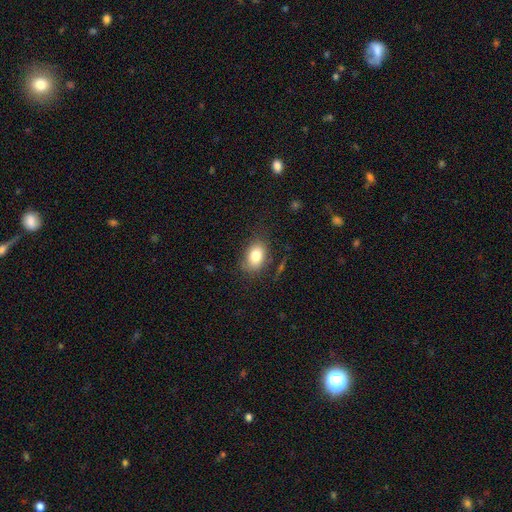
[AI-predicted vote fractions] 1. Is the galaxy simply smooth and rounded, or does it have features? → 81% smooth, 10% featured or disk, 9% star or artifact.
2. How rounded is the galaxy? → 77% in between, 21% round, 1% cigar-shaped.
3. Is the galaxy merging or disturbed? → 77% none, 15% minor disturbance, 6% major disturbance, 2% merger.